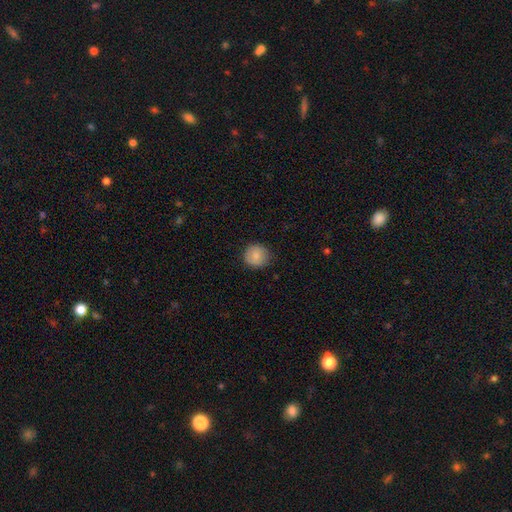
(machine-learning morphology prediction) The model was most divided on "merging": none: 85%, minor disturbance: 12%, major disturbance: 3%, merger: 1%. More confident: how rounded — round (91%); smooth or featured — smooth (83%).